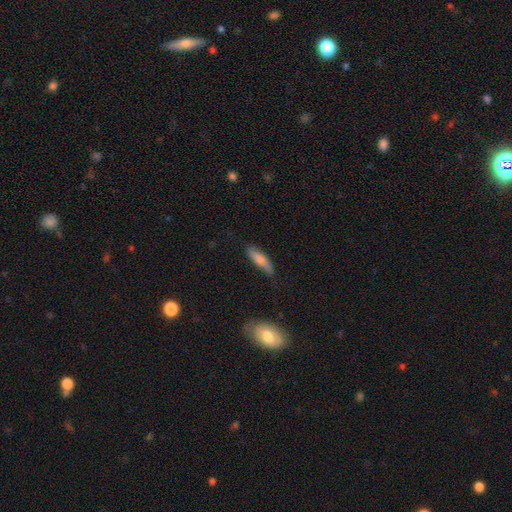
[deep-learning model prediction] Morphology: type=smooth (66%); roundness=cigar-shaped (67%); merging=none (74%).